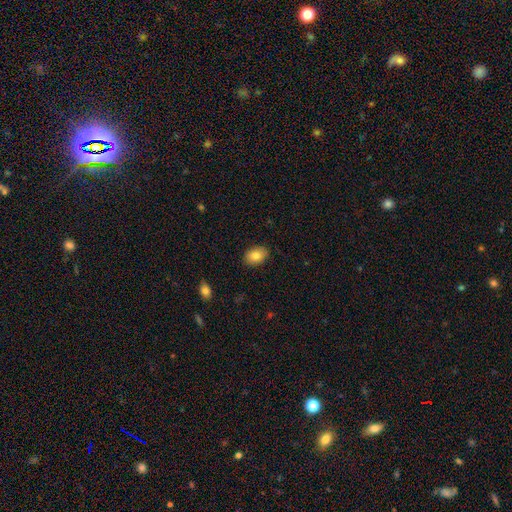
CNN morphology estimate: Smooth or featured: smooth — 83% (featured or disk — 9%)
How rounded: in between — 82% (round — 17%)
Merging: none — 87% (minor disturbance — 10%)